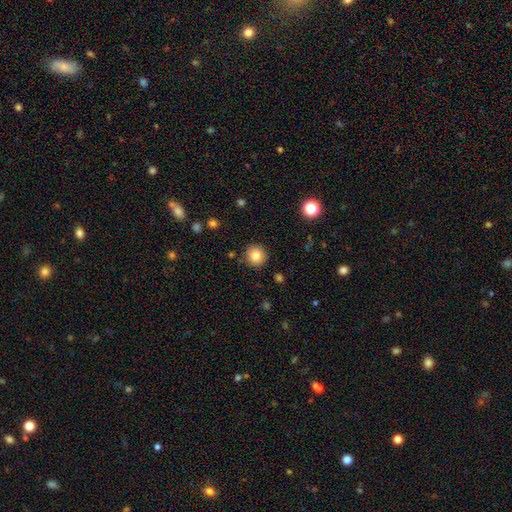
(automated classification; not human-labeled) smooth-or-featured: smooth: 82% | star or artifact: 11% | featured or disk: 7%
  how-rounded: round: 94% | in between: 5% | cigar-shaped: 1%
  merging: none: 90% | minor disturbance: 6% | major disturbance: 2% | merger: 2%